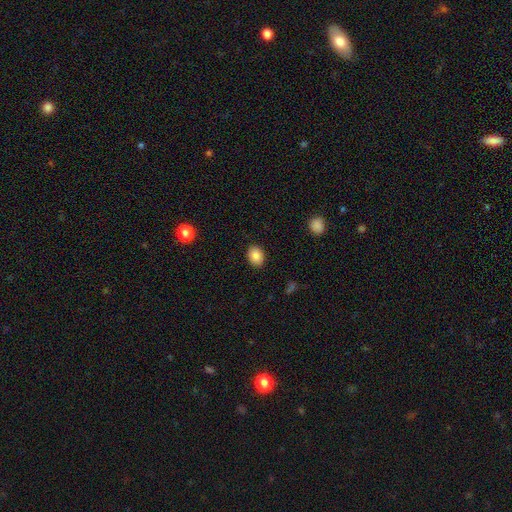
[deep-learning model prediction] This is clearly a smooth galaxy (86%). How rounded: likely in between (63%). Merging: clearly none (89%).